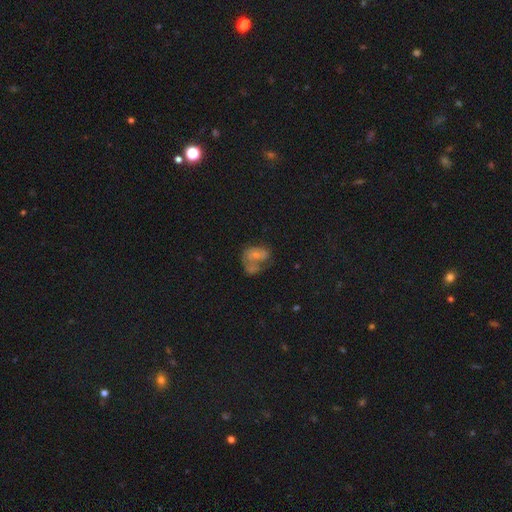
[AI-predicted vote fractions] A featured or disk galaxy (49%).

Vote fractions:
- Smooth or featured? featured or disk: 49% / smooth: 39% / star or artifact: 12%
- Merging? merger: 38% / major disturbance: 24% / none: 22% / minor disturbance: 16%